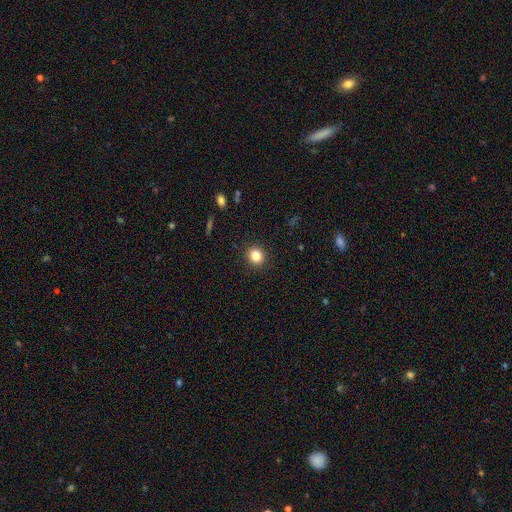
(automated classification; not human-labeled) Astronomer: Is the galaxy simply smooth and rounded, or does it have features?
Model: smooth — 83%.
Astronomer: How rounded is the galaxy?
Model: round — 77%.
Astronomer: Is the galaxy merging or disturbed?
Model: none — 90%.